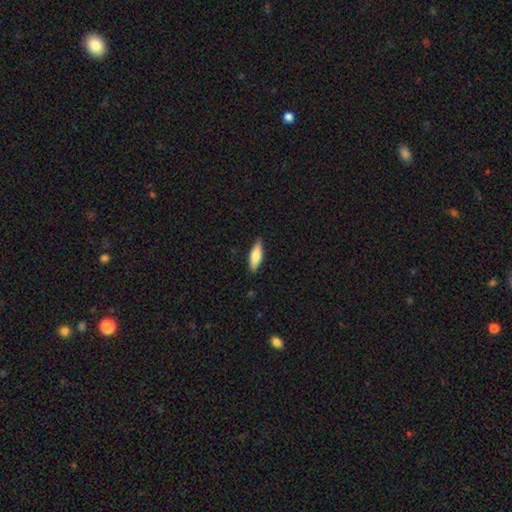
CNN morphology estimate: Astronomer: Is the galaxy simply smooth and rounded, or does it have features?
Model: smooth — 73%.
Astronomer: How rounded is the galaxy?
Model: in between — 51% (runner-up: cigar-shaped, 47%).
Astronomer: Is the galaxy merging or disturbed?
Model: none — 86%.